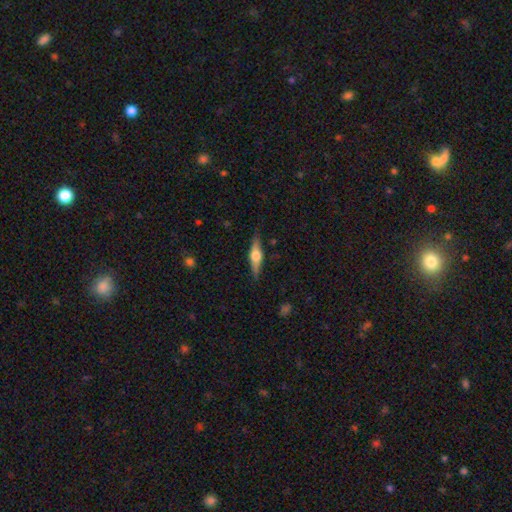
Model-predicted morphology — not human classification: This appears to be a featured or disk galaxy (63%) viewed edge-on (96%) with a rounded central bulge (93%). Merging: none (85%).